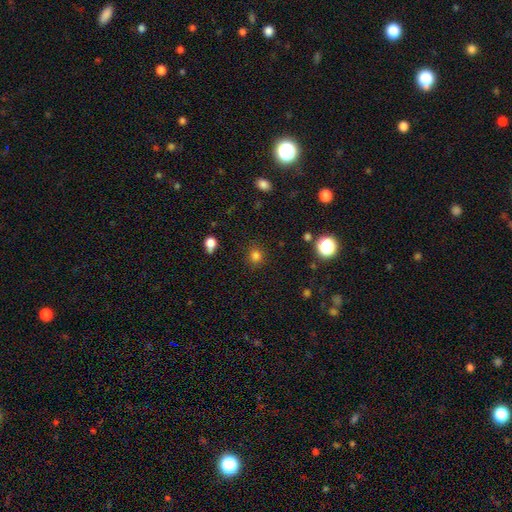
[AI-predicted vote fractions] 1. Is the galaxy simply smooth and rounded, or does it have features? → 80% smooth, 16% star or artifact, 4% featured or disk.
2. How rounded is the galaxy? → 86% round, 13% in between, 1% cigar-shaped.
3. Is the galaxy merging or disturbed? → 86% none, 9% minor disturbance, 3% major disturbance, 2% merger.